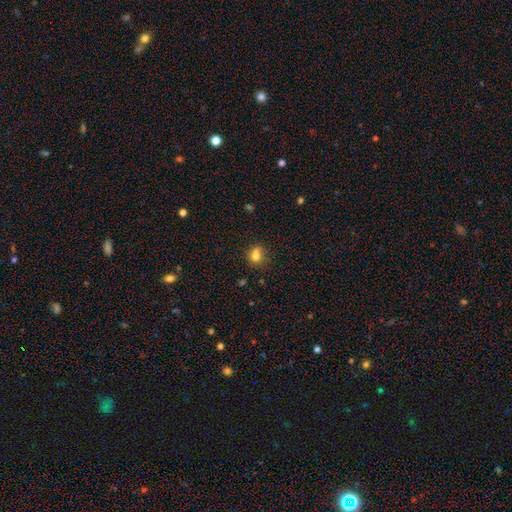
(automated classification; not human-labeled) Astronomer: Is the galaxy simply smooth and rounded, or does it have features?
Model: smooth — 72%.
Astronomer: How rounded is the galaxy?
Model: round — 71%.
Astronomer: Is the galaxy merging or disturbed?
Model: none — 51%.